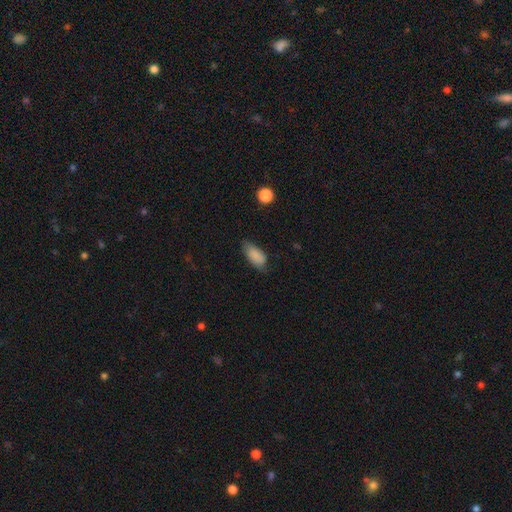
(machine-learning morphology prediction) Q: Smooth or featured?
A: smooth (86%); runner-up: star or artifact (8%)
Q: How rounded?
A: in between (89%); runner-up: cigar-shaped (8%)
Q: Merging?
A: none (64%); runner-up: minor disturbance (29%)